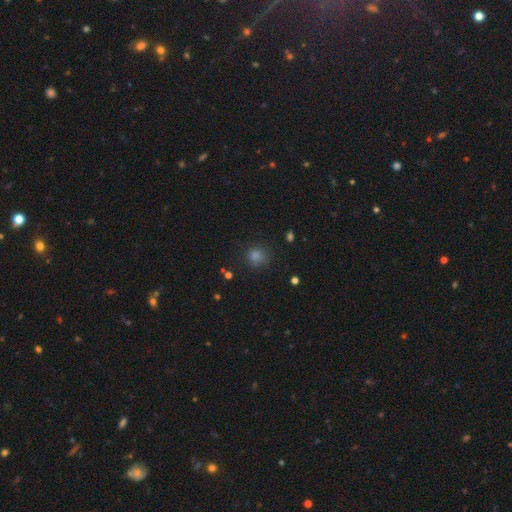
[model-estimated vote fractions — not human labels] This appears to be a smooth galaxy with no disk features (72%) that is round (86%). Merging: none (82%).